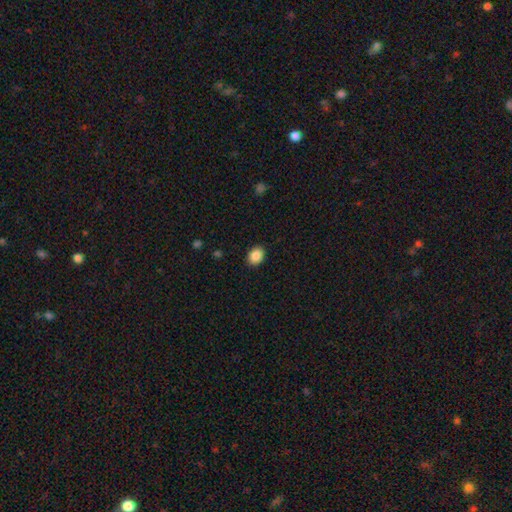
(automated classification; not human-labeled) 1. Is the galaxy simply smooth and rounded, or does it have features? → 88% smooth, 8% star or artifact, 4% featured or disk.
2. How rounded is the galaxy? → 58% in between, 41% round, 1% cigar-shaped.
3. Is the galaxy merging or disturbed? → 90% none, 7% minor disturbance, 2% major disturbance, 1% merger.